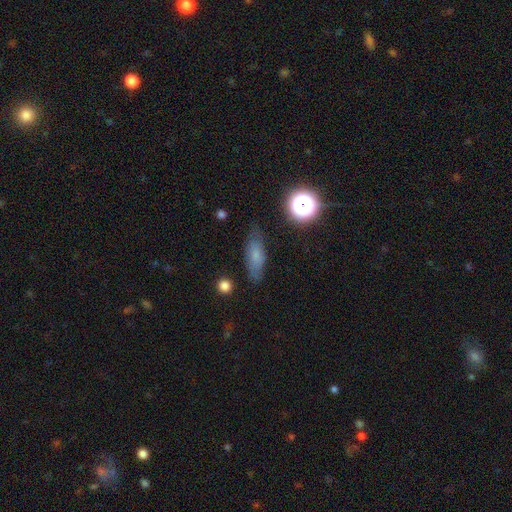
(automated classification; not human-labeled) Overall: smooth (63%; featured or disk 24%). How rounded: in between (63%; cigar-shaped 30%). Merging: none (74%).